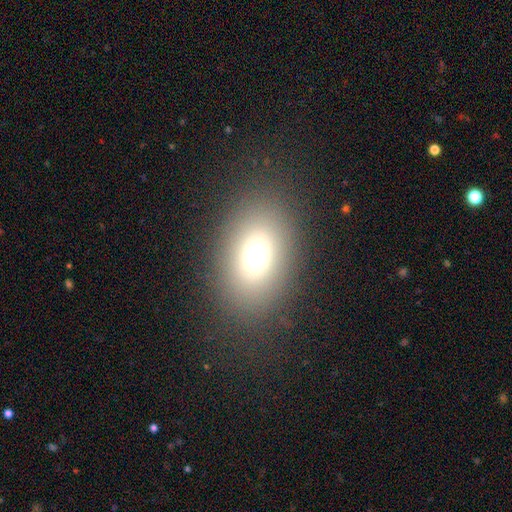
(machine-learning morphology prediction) A smooth galaxy with no disk features (72%) that is in between round and cigar-shaped (80%). Merging: none (86%).